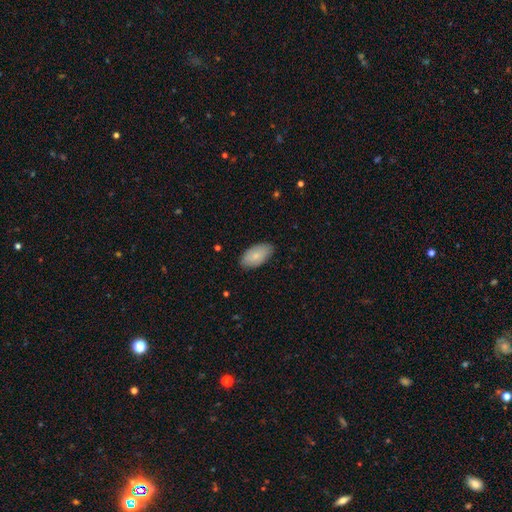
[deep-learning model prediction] Q: Smooth or featured?
A: smooth (80%); runner-up: featured or disk (14%)
Q: How rounded?
A: in between (95%); runner-up: round (3%)
Q: Merging?
A: none (83%); runner-up: minor disturbance (14%)